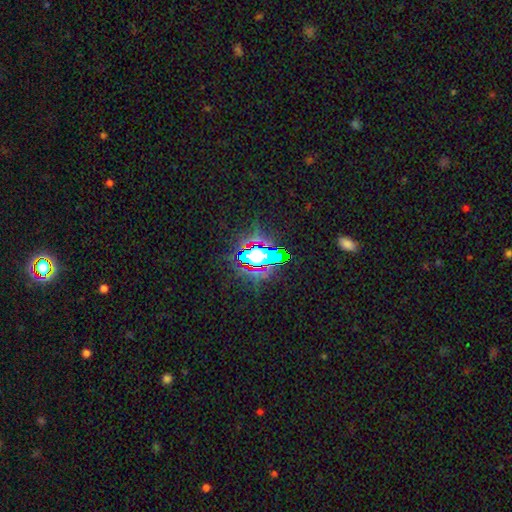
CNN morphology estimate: smooth-or-featured: star or artifact: 63% | smooth: 22% | featured or disk: 16%